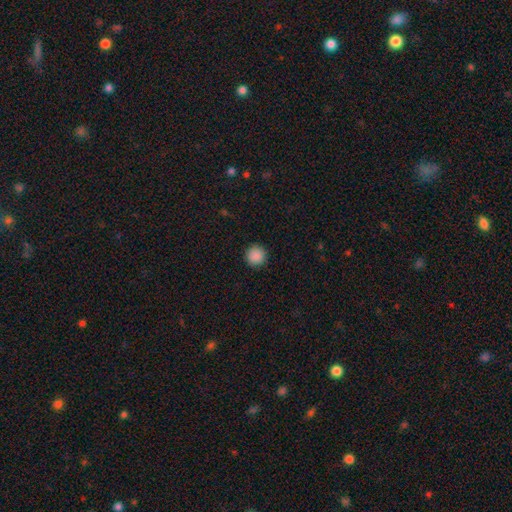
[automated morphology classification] The model was most divided on "smooth or featured": smooth: 89%, star or artifact: 9%, featured or disk: 2%. More confident: how rounded — round (95%); merging — none (92%).